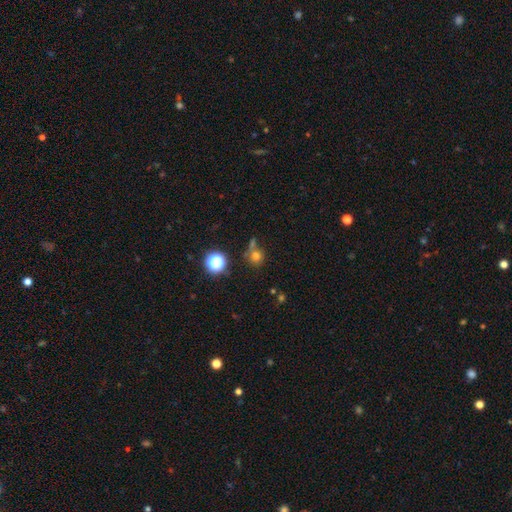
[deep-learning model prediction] smooth_or_featured: smooth (p=0.71) [alt: star or artifact p=0.20]
how_rounded: round (p=0.87) [alt: in between p=0.12]
merging: none (p=0.57) [alt: merger p=0.24]